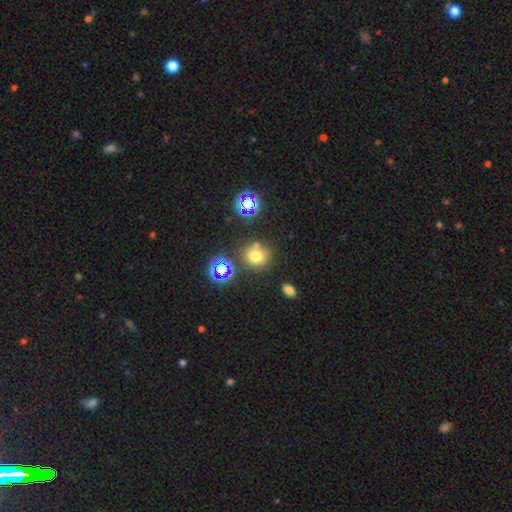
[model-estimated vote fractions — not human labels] Smooth or featured: smooth — 66% (star or artifact — 25%)
How rounded: round — 84% (in between — 15%)
Merging: none — 72% (merger — 12%)